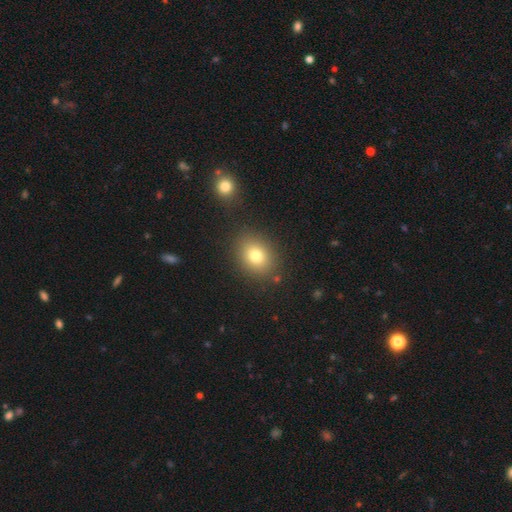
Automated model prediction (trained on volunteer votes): Q: Smooth or featured?
A: smooth (78%); runner-up: star or artifact (13%)
Q: How rounded?
A: round (53%); runner-up: in between (46%)
Q: Merging?
A: none (84%); runner-up: minor disturbance (9%)